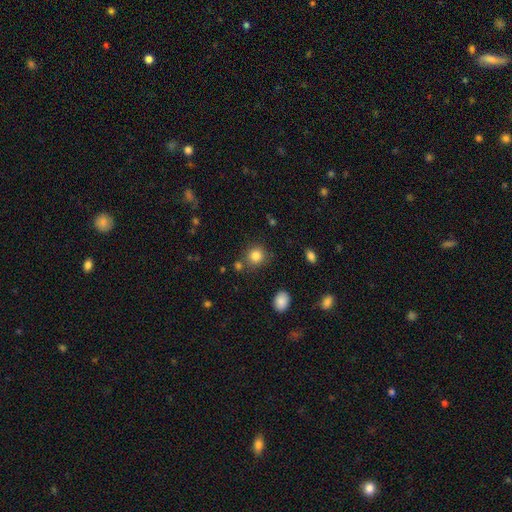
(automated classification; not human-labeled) smooth_or_featured: smooth (p=0.83) [alt: star or artifact p=0.11]
how_rounded: round (p=0.86) [alt: in between p=0.13]
merging: none (p=0.78) [alt: minor disturbance p=0.10]